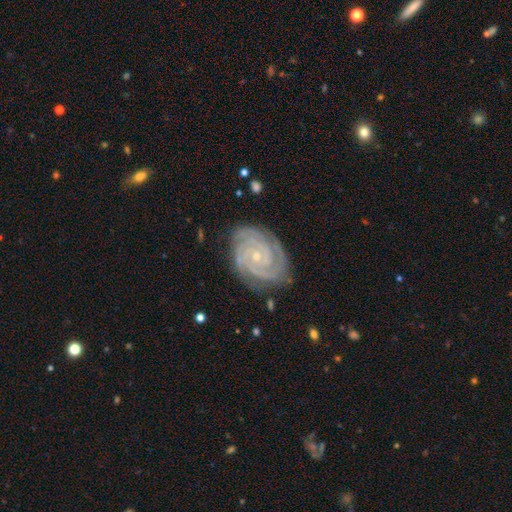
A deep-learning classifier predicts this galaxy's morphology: Smooth or featured? Predicted: featured or disk (p=0.91). Edge-on disk? Predicted: no (p=0.98). Bar? Predicted: no (p=0.71). Spiral arms? Predicted: yes (p=0.99). Spiral winding? Predicted: tight (p=0.83). Spiral arm count? Predicted: 2 (p=0.35). Bulge size? Predicted: small (p=0.80). Merging? Predicted: none (p=0.80).